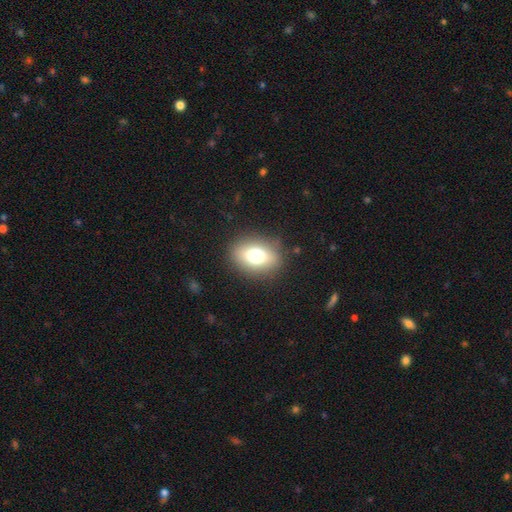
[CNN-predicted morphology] This appears to be a smooth galaxy with no disk features (72%) that is in between round and cigar-shaped (68%). Merging: none (86%).